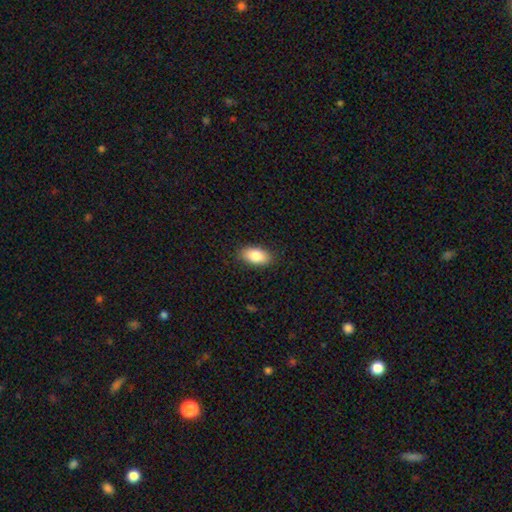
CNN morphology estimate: A smooth galaxy with no disk features (84%) that is in between round and cigar-shaped (92%).

Vote fractions:
- Smooth or featured? smooth: 84% / featured or disk: 9% / star or artifact: 7%
- How rounded? in between: 92% / round: 4% / cigar-shaped: 3%
- Merging? none: 88% / minor disturbance: 9% / major disturbance: 2% / merger: 1%